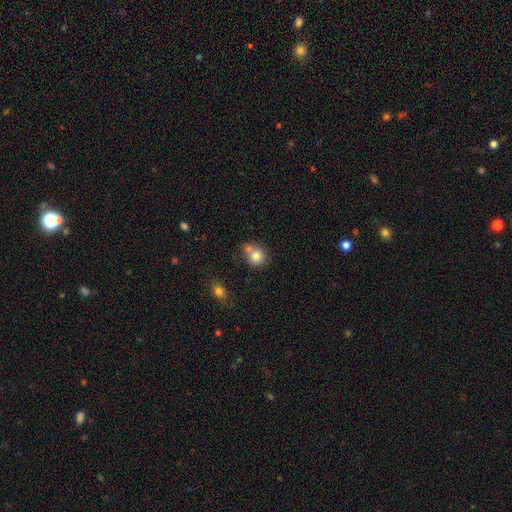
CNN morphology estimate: type=smooth (79%); roundness=round (78%); merging=none (46%).